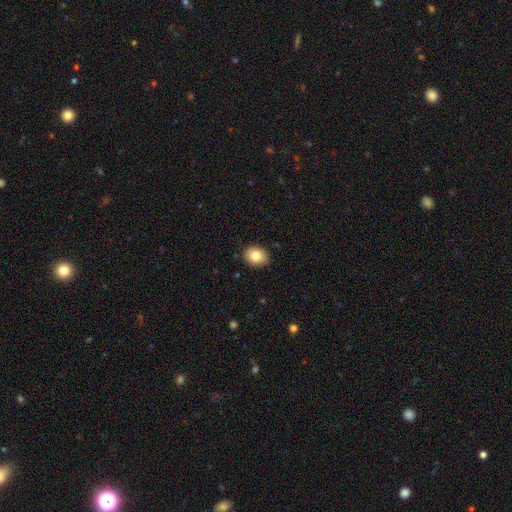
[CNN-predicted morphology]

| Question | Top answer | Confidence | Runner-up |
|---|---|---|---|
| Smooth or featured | smooth | 82% | featured or disk (9%) |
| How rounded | in between | 53% | round (46%) |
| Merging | none | 89% | minor disturbance (8%) |